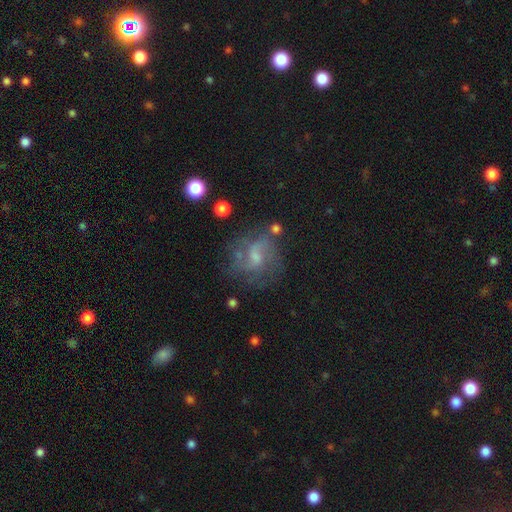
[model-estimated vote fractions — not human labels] smooth_or_featured: featured or disk (p=0.63) [alt: smooth p=0.22]
disk_edge_on: no (p=0.97) [alt: yes p=0.03]
bar: weak (p=0.51) [alt: no p=0.38]
has_spiral_arms: yes (p=0.81) [alt: no p=0.19]
bulge_size: small (p=0.43) [alt: moderate p=0.36]
merging: none (p=0.63) [alt: minor disturbance p=0.19]